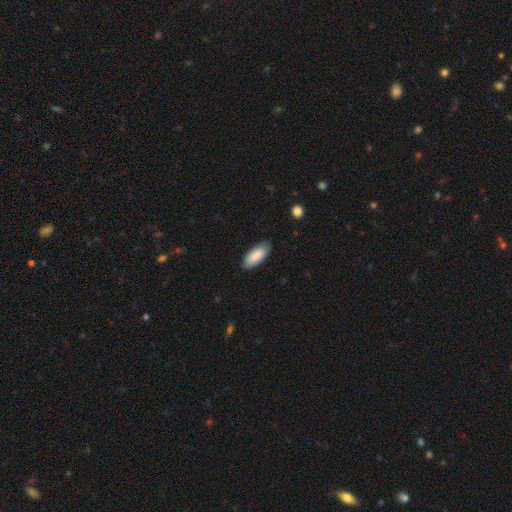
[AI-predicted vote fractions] smooth_or_featured: smooth (p=0.86) [alt: featured or disk p=0.09]
how_rounded: in between (p=0.83) [alt: cigar-shaped p=0.15]
merging: none (p=0.84) [alt: minor disturbance p=0.13]